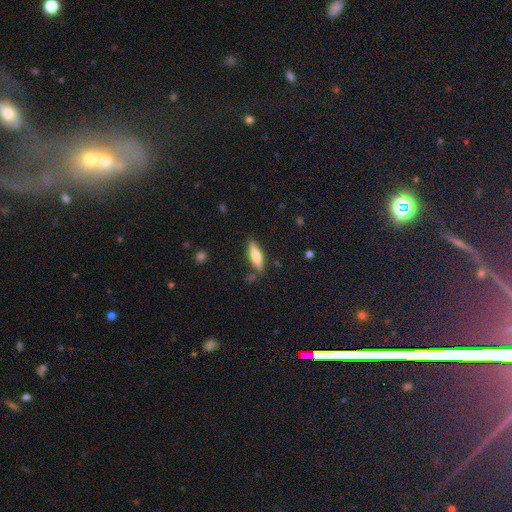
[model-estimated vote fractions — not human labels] Overall: smooth (60%; featured or disk 34%). How rounded: cigar-shaped (67%; in between 31%). Merging: none (80%).